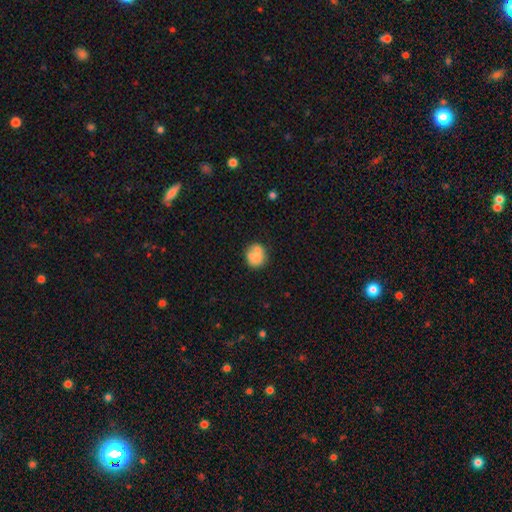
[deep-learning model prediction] smooth-or-featured: smooth: 63% | featured or disk: 28% | star or artifact: 9%
  how-rounded: round: 71% | in between: 28% | cigar-shaped: 1%
  merging: none: 44% | merger: 35% | minor disturbance: 15% | major disturbance: 7%